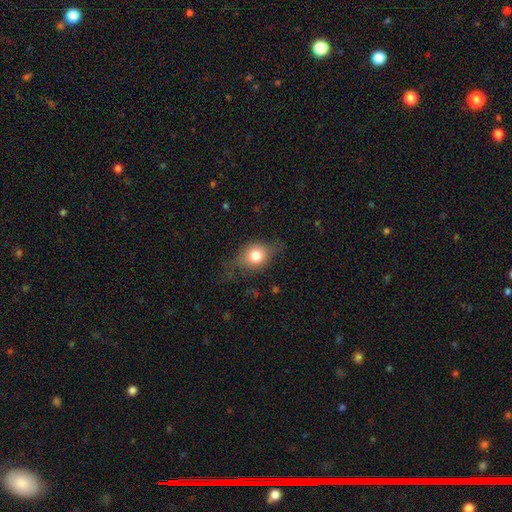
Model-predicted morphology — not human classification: smooth 70%, featured or disk 20%, star or artifact 10%. Down the decision tree: how rounded — round (50%); merging — none (62%).